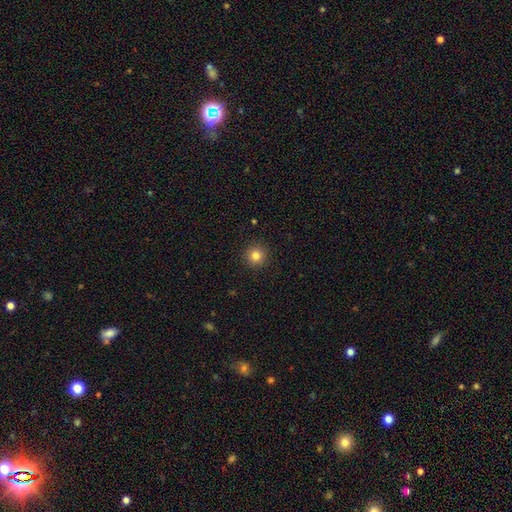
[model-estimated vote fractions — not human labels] smooth-or-featured: smooth: 82% | star or artifact: 12% | featured or disk: 6%
  how-rounded: round: 95% | in between: 4% | cigar-shaped: 1%
  merging: none: 92% | minor disturbance: 5% | major disturbance: 2% | merger: 1%